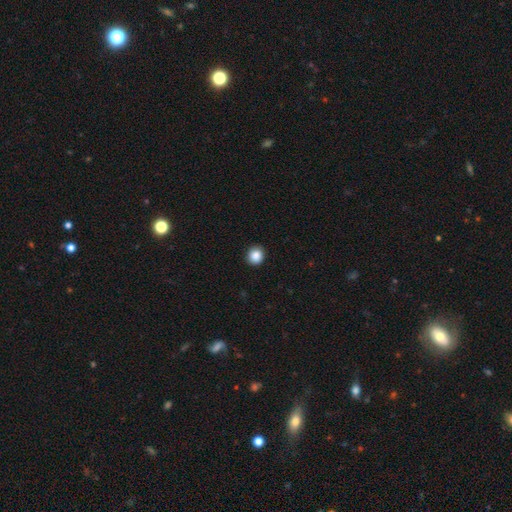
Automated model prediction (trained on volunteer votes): Smooth or featured?
  - smooth: 87% *
  - star or artifact: 9%
  - featured or disk: 3%
How rounded?
  - round: 87% *
  - in between: 12%
  - cigar-shaped: 1%
Merging?
  - none: 91% *
  - minor disturbance: 6%
  - major disturbance: 2%
  - merger: 1%